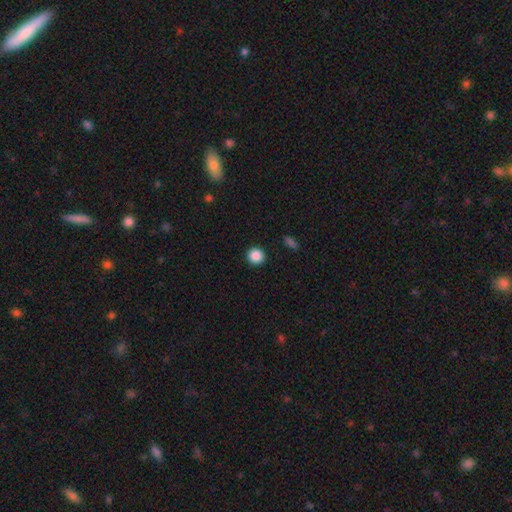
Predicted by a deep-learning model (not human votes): A smooth galaxy with no disk features (87%) that is round (94%). Merging: none (93%).